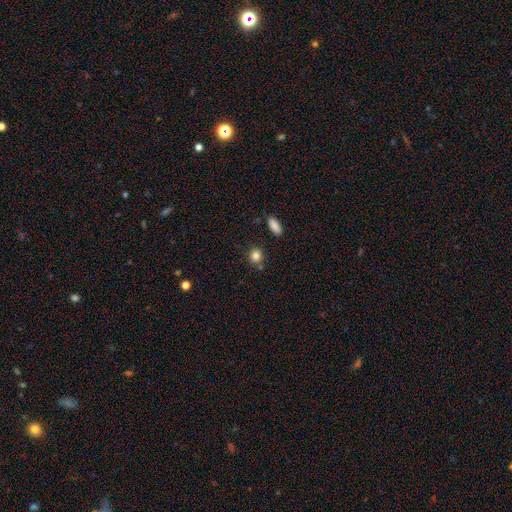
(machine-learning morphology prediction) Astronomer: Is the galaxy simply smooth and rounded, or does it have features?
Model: smooth — 83%.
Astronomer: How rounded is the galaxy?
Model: round — 76%.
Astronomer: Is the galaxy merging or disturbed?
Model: none — 77%.